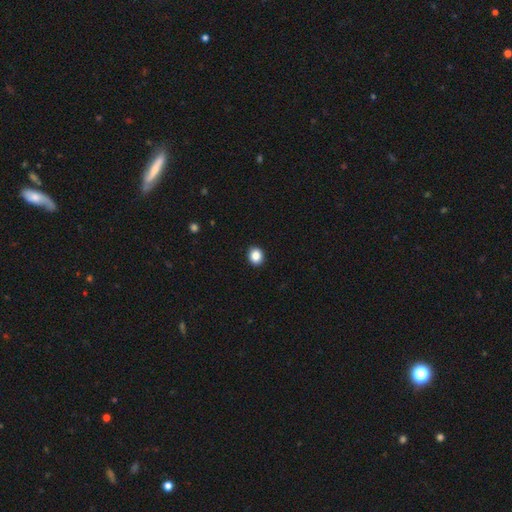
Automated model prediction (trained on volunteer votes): The model was most divided on "how rounded": round: 72%, in between: 27%, cigar-shaped: 1%. More confident: merging — none (92%); smooth or featured — smooth (86%).